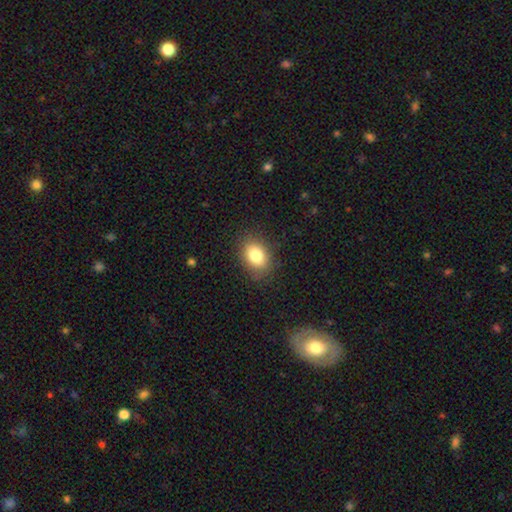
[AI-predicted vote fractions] The model was most divided on "how rounded": in between: 75%, round: 23%, cigar-shaped: 1%. More confident: merging — none (84%); smooth or featured — smooth (81%).